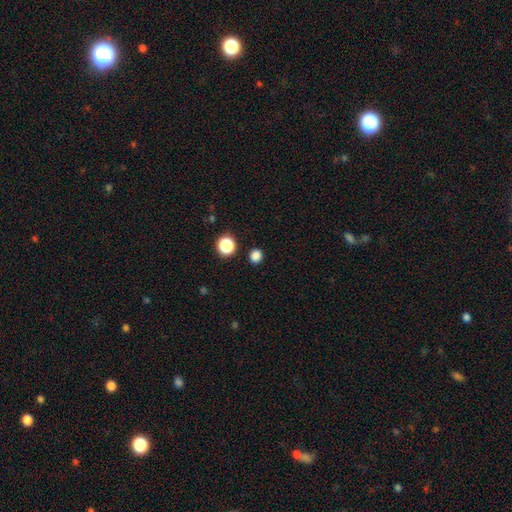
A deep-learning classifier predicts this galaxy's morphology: This appears to be a smooth galaxy with no disk features (82%) that is round (83%). Merging: none (90%).